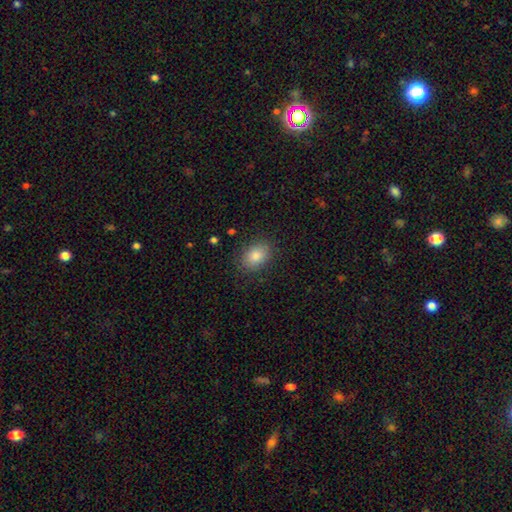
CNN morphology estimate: A smooth galaxy with no disk features (85%) that is in between round and cigar-shaped (71%). Merging: none (86%).